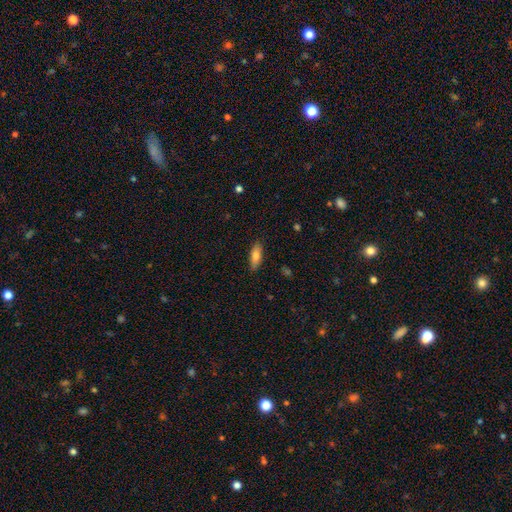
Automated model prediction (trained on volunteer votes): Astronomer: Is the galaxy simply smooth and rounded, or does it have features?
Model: smooth — 78%.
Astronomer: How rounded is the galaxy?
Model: in between — 69%.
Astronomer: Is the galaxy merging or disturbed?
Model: none — 86%.